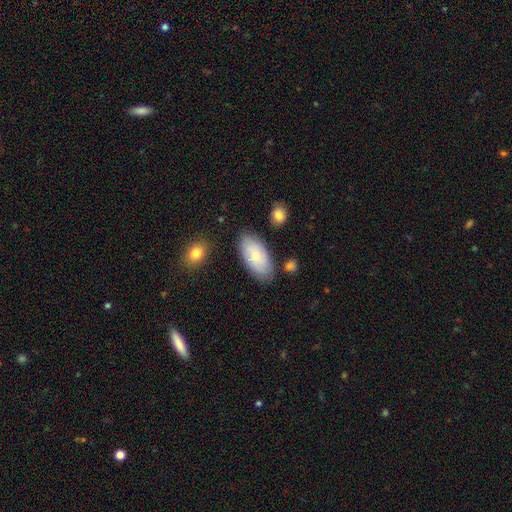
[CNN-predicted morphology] type=smooth (69%); roundness=in between (94%); merging=none (78%).